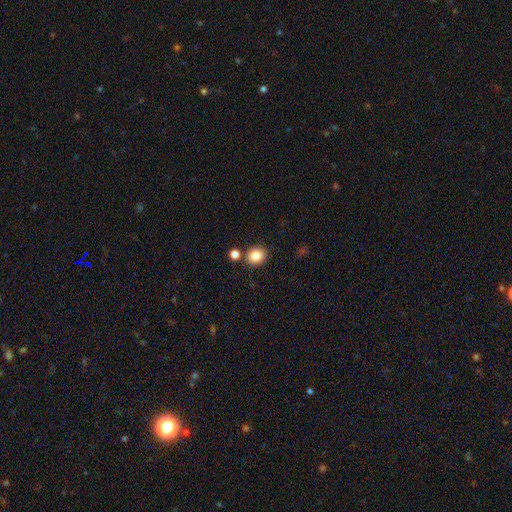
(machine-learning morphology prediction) smooth-or-featured: smooth: 85% | star or artifact: 10% | featured or disk: 5%
  how-rounded: round: 74% | in between: 25% | cigar-shaped: 1%
  merging: none: 80% | minor disturbance: 9% | merger: 8% | major disturbance: 2%